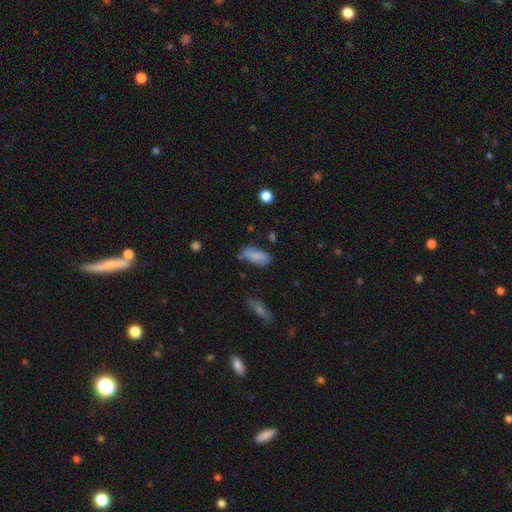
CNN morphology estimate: Overall: smooth (81%). How rounded: in between (89%). Merging: none (68%).